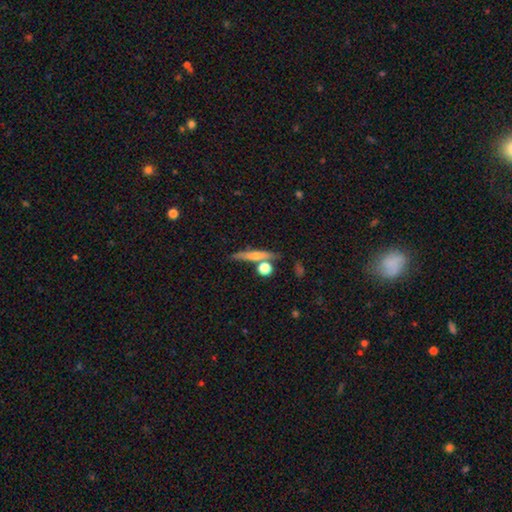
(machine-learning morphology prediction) A featured or disk galaxy (47%). Merging: none (74%).